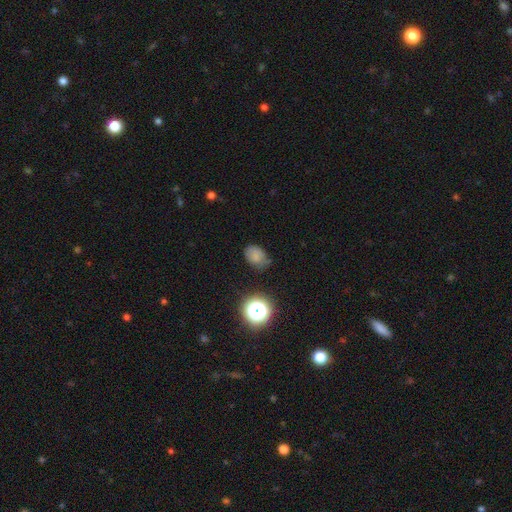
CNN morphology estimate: smooth_or_featured: smooth (p=0.74) [alt: star or artifact p=0.16]
how_rounded: in between (p=0.68) [alt: round p=0.30]
merging: none (p=0.62) [alt: minor disturbance p=0.28]